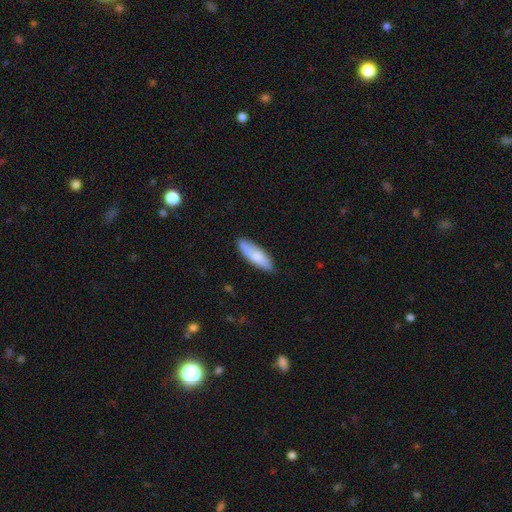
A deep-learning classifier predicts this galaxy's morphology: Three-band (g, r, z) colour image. It shows a smooth galaxy with no disk features (78%) that is in between round and cigar-shaped (50%). Merging: none (79%).